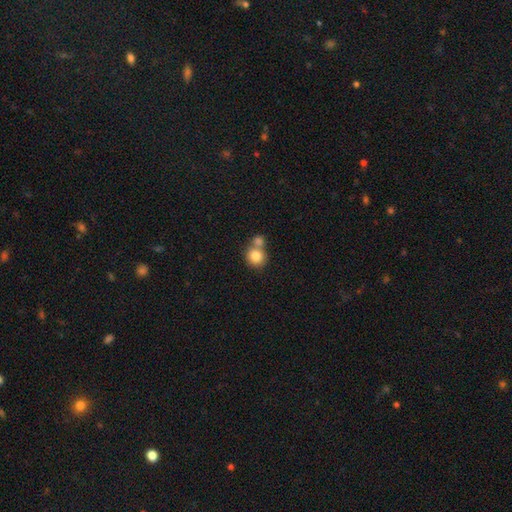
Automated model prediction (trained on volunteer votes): Q: Smooth or featured?
A: smooth (82%); runner-up: star or artifact (9%)
Q: How rounded?
A: round (87%); runner-up: in between (12%)
Q: Merging?
A: merger (45%); tied with: none (45%)